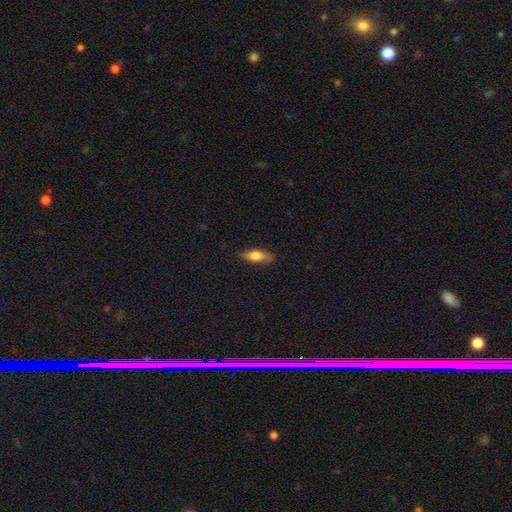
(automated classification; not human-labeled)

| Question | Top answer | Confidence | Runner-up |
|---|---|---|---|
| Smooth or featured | smooth | 66% | featured or disk (28%) |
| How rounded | in between | 57% | cigar-shaped (40%) |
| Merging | none | 83% | minor disturbance (13%) |